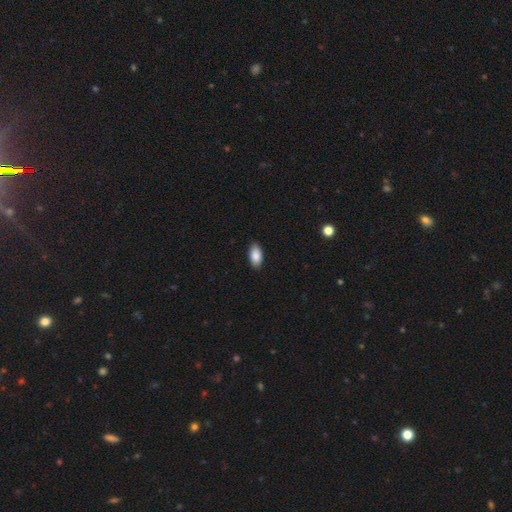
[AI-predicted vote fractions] A smooth galaxy with no disk features (88%) that is in between round and cigar-shaped (94%).

Vote fractions:
- Smooth or featured? smooth: 88% / star or artifact: 7% / featured or disk: 5%
- How rounded? in between: 94% / cigar-shaped: 4% / round: 3%
- Merging? none: 88% / minor disturbance: 9% / major disturbance: 2% / merger: 1%